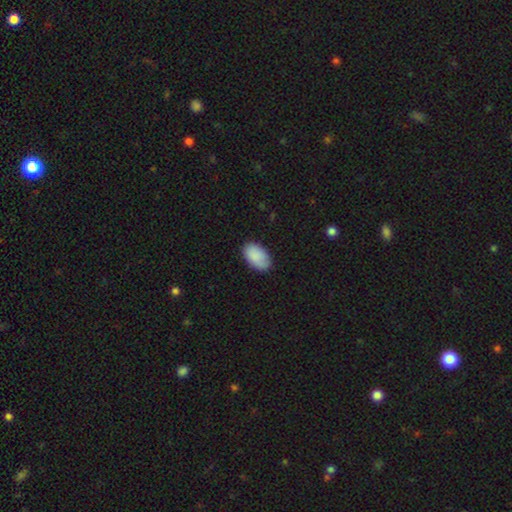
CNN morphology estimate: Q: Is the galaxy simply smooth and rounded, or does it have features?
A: smooth — 89%.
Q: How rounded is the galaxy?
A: in between — 94%.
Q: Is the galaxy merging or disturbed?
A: none — 84%.